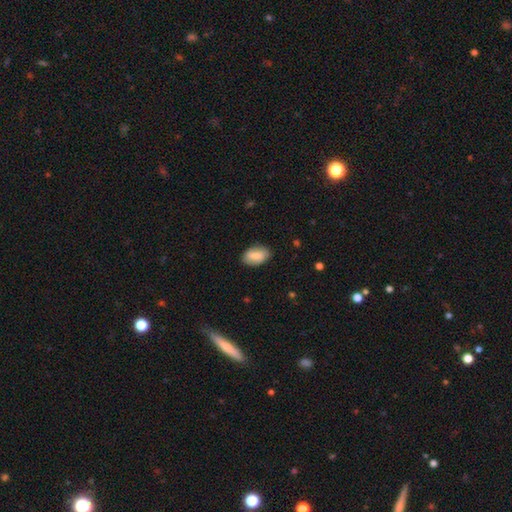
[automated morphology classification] Smooth or featured? smooth (79%)
How rounded? in between (90%)
Merging? none (79%)